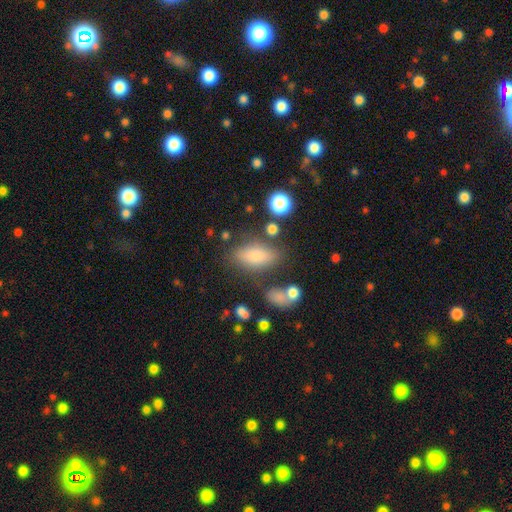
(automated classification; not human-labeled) Smooth or featured? smooth (76%)
How rounded? in between (80%)
Merging? none (69%)